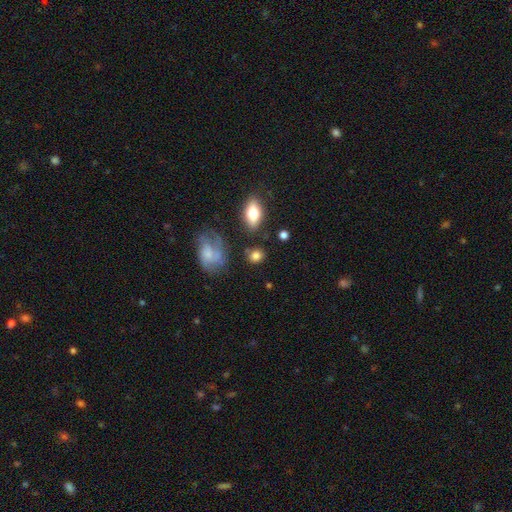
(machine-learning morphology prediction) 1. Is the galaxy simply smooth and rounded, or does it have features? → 77% smooth, 13% featured or disk, 10% star or artifact.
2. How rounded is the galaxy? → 66% round, 31% in between, 3% cigar-shaped.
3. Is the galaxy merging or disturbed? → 74% none, 14% minor disturbance, 6% merger, 6% major disturbance.